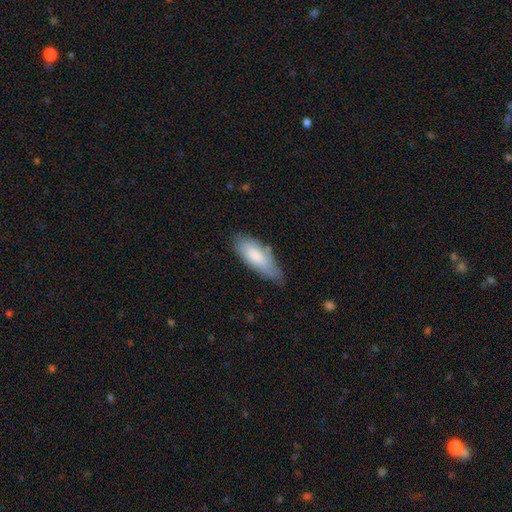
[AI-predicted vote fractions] Morphology: type=smooth (78%); roundness=in between (76%); merging=none (53%).